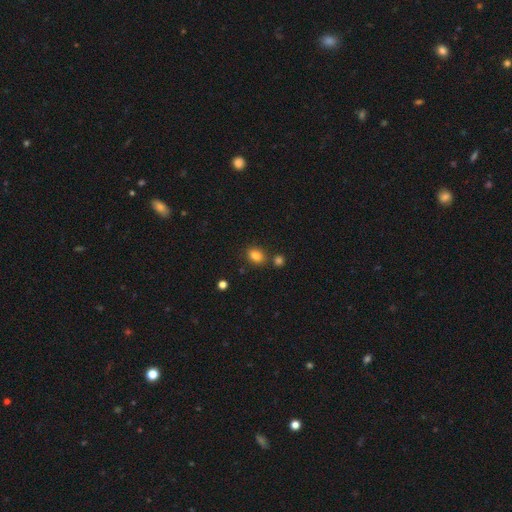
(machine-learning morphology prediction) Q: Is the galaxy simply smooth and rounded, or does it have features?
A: smooth — 83%.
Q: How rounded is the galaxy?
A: in between — 69%.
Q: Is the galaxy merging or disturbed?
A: none — 75%.